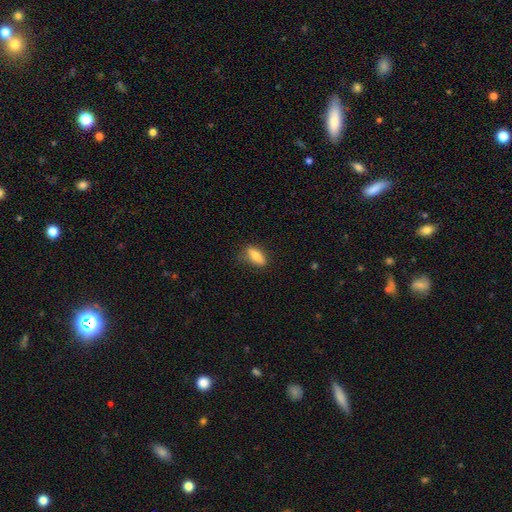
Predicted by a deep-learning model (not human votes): smooth 78%, featured or disk 15%, star or artifact 7%. Down the decision tree: how rounded — in between (64%); merging — none (77%).